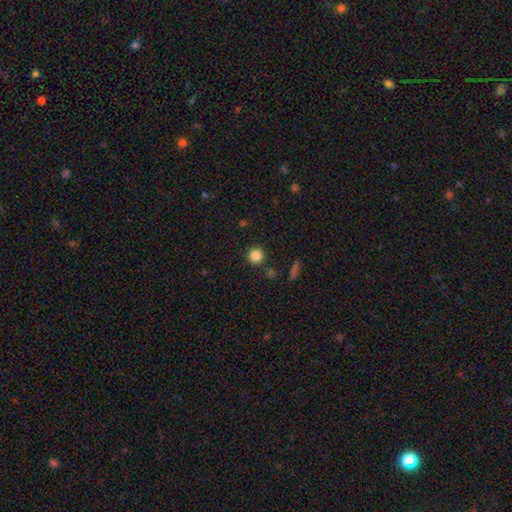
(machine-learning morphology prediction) Smooth or featured? Predicted: smooth (p=0.85). How rounded? Predicted: round (p=0.94). Merging? Predicted: none (p=0.88).